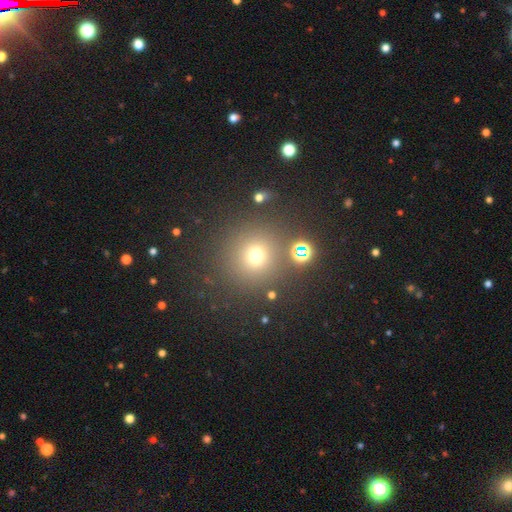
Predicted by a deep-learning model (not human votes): smooth-or-featured: smooth: 68% | star or artifact: 23% | featured or disk: 9%
  how-rounded: round: 93% | in between: 6% | cigar-shaped: 1%
  merging: none: 82% | minor disturbance: 8% | merger: 6% | major disturbance: 4%